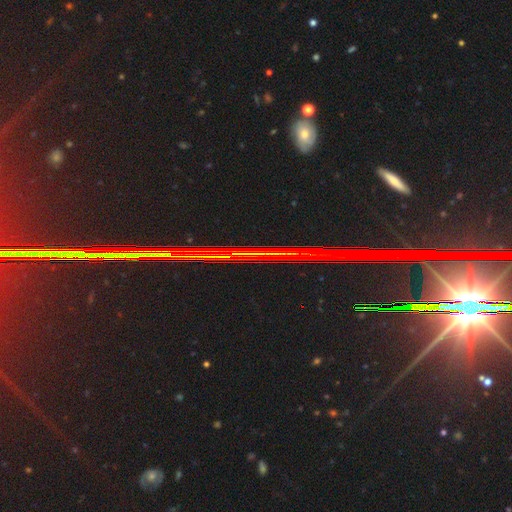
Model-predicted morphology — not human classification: star or artifact 84%, featured or disk 10%, smooth 7%.